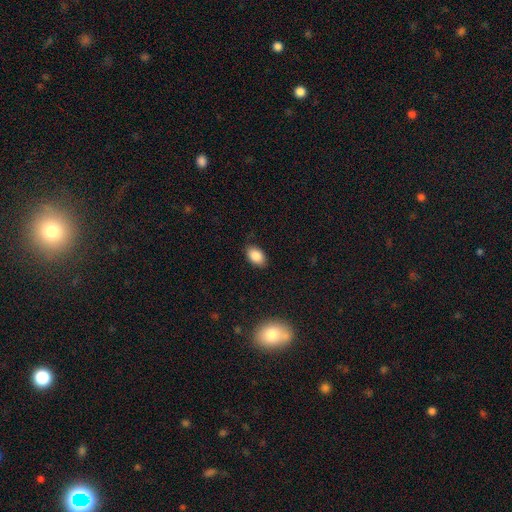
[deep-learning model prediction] A smooth galaxy with no disk features (87%) that is in between round and cigar-shaped (89%).

Vote fractions:
- Smooth or featured? smooth: 87% / star or artifact: 8% / featured or disk: 5%
- How rounded? in between: 89% / round: 10% / cigar-shaped: 1%
- Merging? none: 85% / minor disturbance: 11% / major disturbance: 2% / merger: 1%